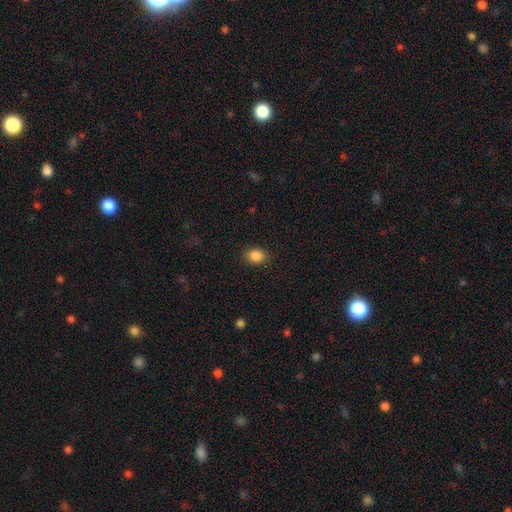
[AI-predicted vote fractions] Smooth or featured? Predicted: smooth (p=0.87). How rounded? Predicted: in between (p=0.56). Merging? Predicted: none (p=0.88).